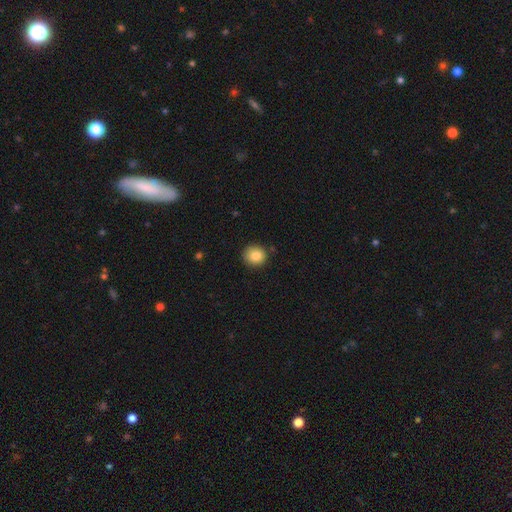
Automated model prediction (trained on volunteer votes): Overall: smooth (84%). How rounded: round (89%). Merging: none (86%).